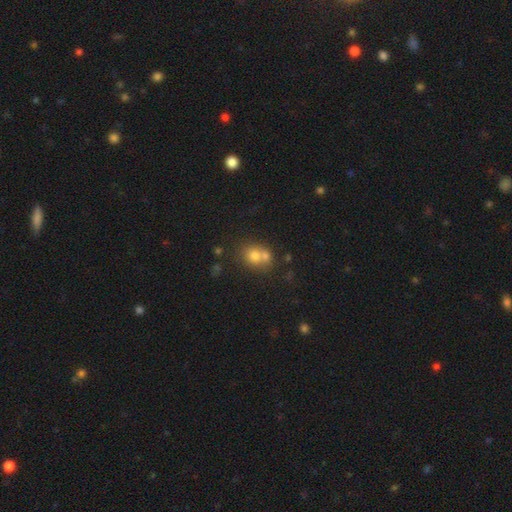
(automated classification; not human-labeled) smooth 70%, featured or disk 16%, star or artifact 14%. Down the decision tree: how rounded — round (69%); merging — merger (51%).